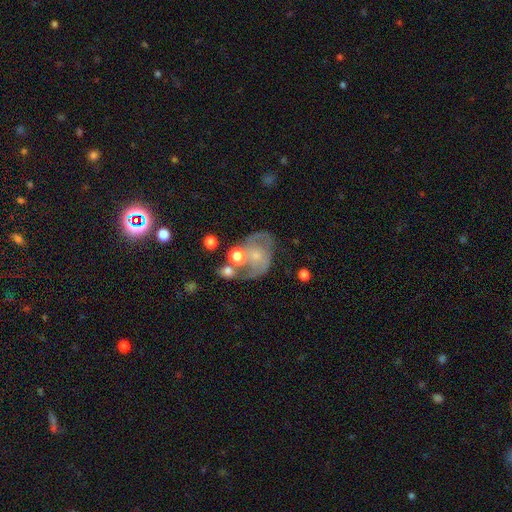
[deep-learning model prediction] A featured or disk galaxy (68%) with no bar (69%), 2 (77%) medium (49%) spiral arms (81%) and a small central bulge (51%).

Vote fractions:
- Smooth or featured? featured or disk: 68% / smooth: 23% / star or artifact: 9%
- Edge-on disk? no: 97% / yes: 3%
- Bar? no: 69% / weak: 25% / strong: 6%
- Spiral arms? yes: 81% / no: 19%
- Spiral winding? medium: 49% / loose: 28% / tight: 23%
- Spiral arm count? 2: 77% / can't tell: 13% / 1: 4% / 3: 4% / 4: 2% / more than 4: 2%
- Bulge size? small: 51% / moderate: 35% / none: 8% / large: 4% / dominant: 2%
- Merging? none: 42% / minor disturbance: 21% / merger: 18% / major disturbance: 18%